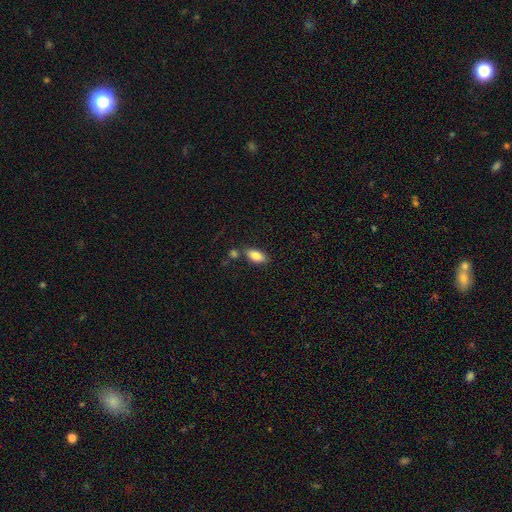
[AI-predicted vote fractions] smooth-or-featured: smooth: 84% | featured or disk: 9% | star or artifact: 7%
  how-rounded: in between: 88% | cigar-shaped: 9% | round: 3%
  merging: none: 73% | minor disturbance: 12% | merger: 11% | major disturbance: 3%